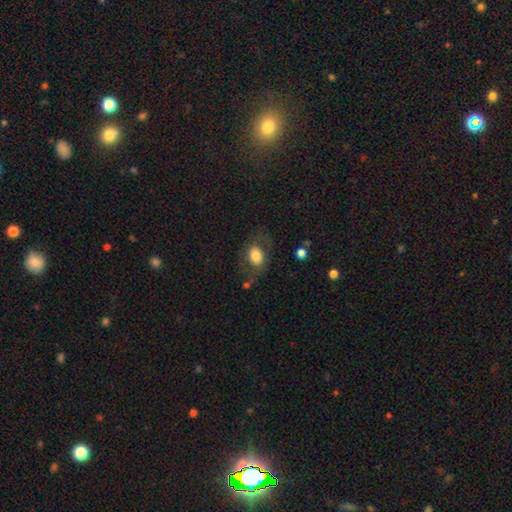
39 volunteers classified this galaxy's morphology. Q: Smooth or featured?
A: smooth (74%); runner-up: featured or disk (18%)
Q: How rounded?
A: in between (76%); runner-up: round (24%)
Q: Merging?
A: none (64%); runner-up: minor disturbance (19%)